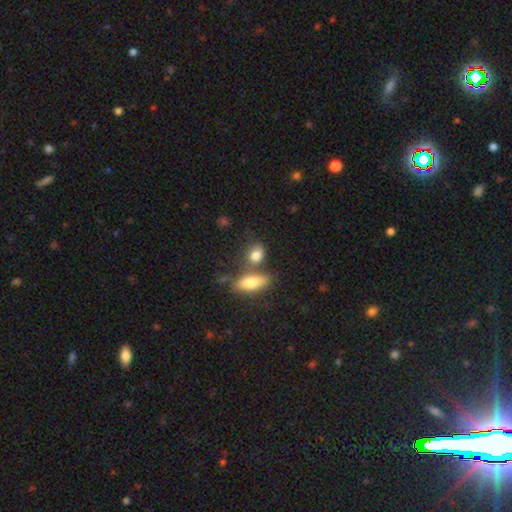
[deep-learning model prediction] Smooth or featured?
  - smooth: 81% *
  - featured or disk: 11%
  - star or artifact: 8%
How rounded?
  - in between: 68% *
  - round: 26%
  - cigar-shaped: 6%
Merging?
  - none: 51% *
  - merger: 30%
  - minor disturbance: 13%
  - major disturbance: 5%